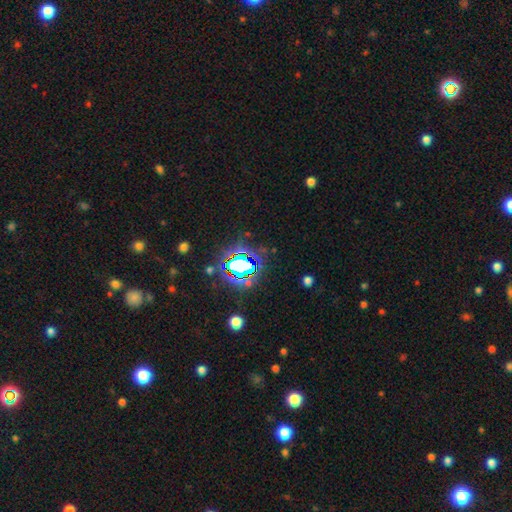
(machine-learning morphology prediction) The model was most divided on "smooth or featured": star or artifact: 80%, smooth: 12%, featured or disk: 8%.